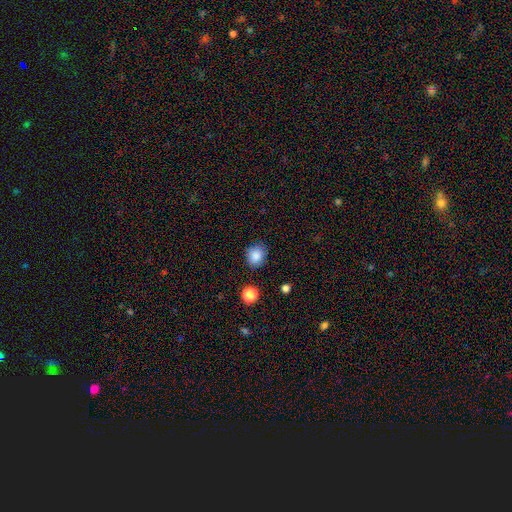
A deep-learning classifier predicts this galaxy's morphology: Smooth or featured?
  - smooth: 85% *
  - star or artifact: 10%
  - featured or disk: 5%
How rounded?
  - round: 77% *
  - in between: 22%
  - cigar-shaped: 1%
Merging?
  - none: 80% *
  - minor disturbance: 14%
  - major disturbance: 3%
  - merger: 2%